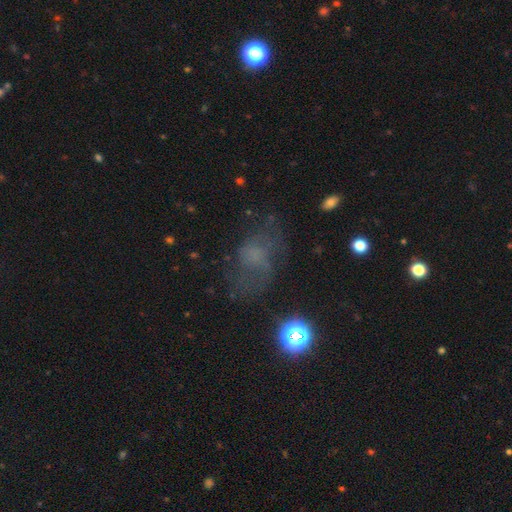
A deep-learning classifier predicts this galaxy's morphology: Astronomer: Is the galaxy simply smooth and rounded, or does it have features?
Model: smooth — 40% (runner-up: featured or disk, 37%).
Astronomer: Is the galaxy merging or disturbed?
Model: none — 49% (runner-up: major disturbance, 26%).